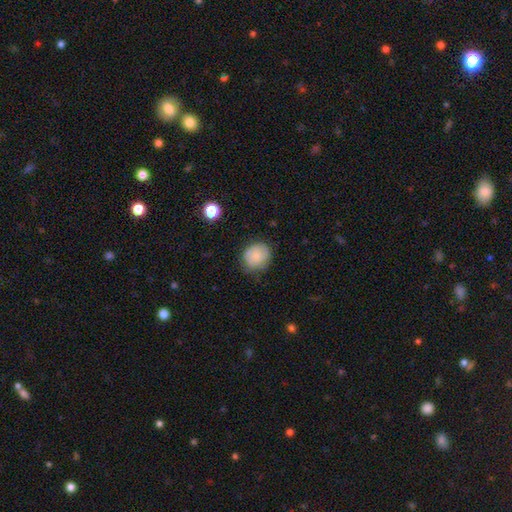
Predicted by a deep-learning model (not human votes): Smooth or featured?
  - smooth: 72% *
  - featured or disk: 20%
  - star or artifact: 8%
How rounded?
  - round: 77% *
  - in between: 22%
  - cigar-shaped: 1%
Merging?
  - none: 72% *
  - minor disturbance: 22%
  - major disturbance: 5%
  - merger: 1%